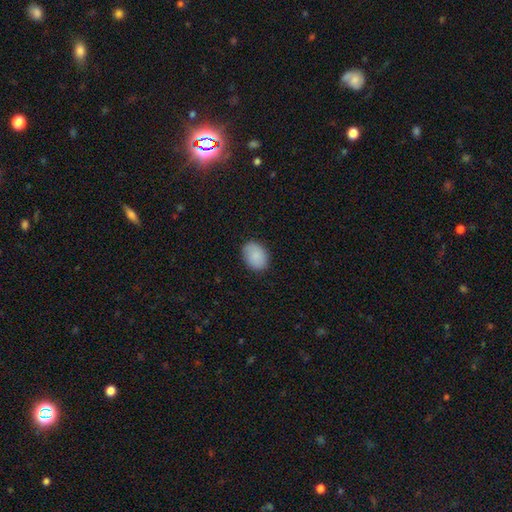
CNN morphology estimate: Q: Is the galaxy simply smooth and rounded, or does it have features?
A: smooth — 88%.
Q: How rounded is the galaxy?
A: in between — 71%.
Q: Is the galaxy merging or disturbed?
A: none — 84%.